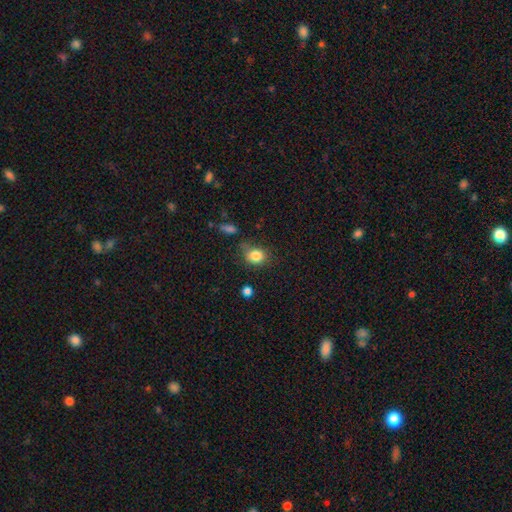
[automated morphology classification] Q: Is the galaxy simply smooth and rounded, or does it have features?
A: smooth — 84%.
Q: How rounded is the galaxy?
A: round — 65%.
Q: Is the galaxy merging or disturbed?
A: none — 68%.